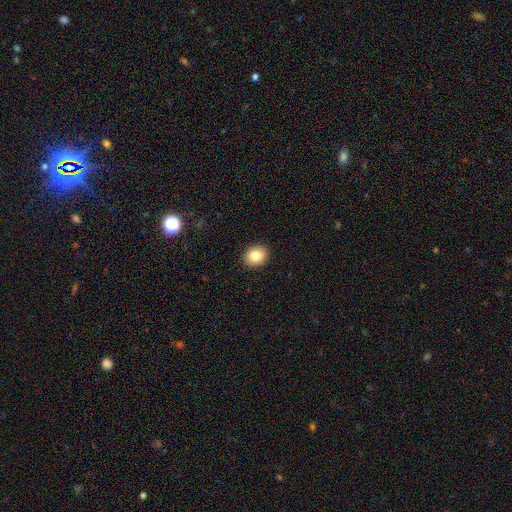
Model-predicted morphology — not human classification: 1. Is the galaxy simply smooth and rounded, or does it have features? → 84% smooth, 9% star or artifact, 7% featured or disk.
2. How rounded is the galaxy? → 53% round, 46% in between, 1% cigar-shaped.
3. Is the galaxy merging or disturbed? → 91% none, 6% minor disturbance, 2% major disturbance, 1% merger.